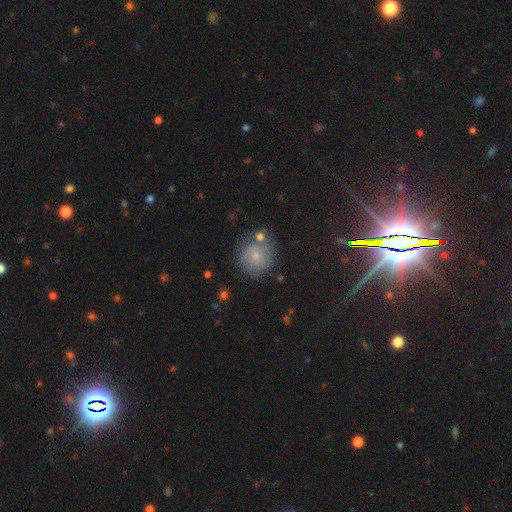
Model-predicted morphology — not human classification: Smooth or featured?
  - smooth: 69% *
  - featured or disk: 21%
  - star or artifact: 10%
How rounded?
  - round: 87% *
  - in between: 12%
  - cigar-shaped: 1%
Merging?
  - none: 66% *
  - minor disturbance: 18%
  - merger: 10%
  - major disturbance: 6%